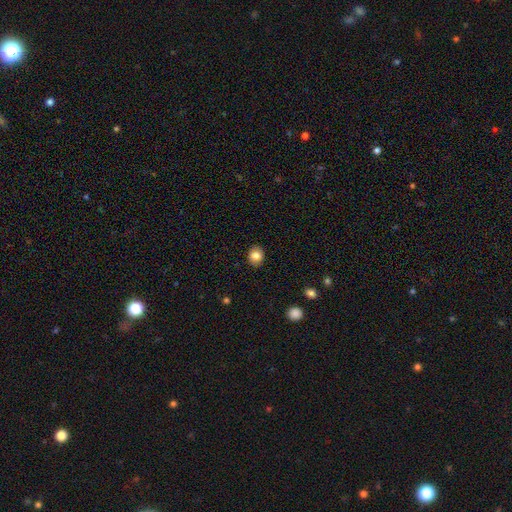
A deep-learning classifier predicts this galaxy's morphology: Smooth or featured? Predicted: smooth (p=0.83). How rounded? Predicted: round (p=0.62). Merging? Predicted: none (p=0.90).